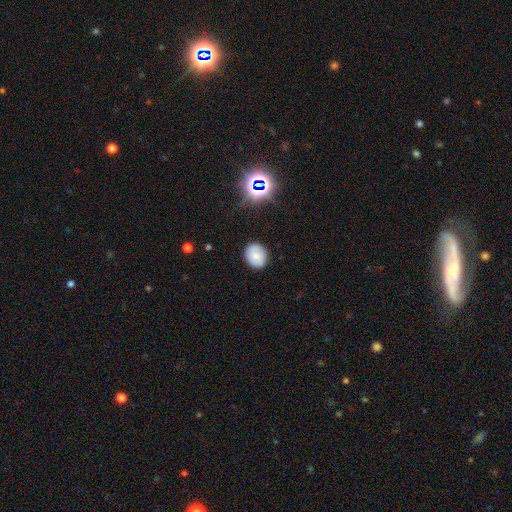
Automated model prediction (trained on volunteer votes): This is likely a smooth galaxy (73%). How rounded: possibly round (57%). Merging: clearly none (84%).